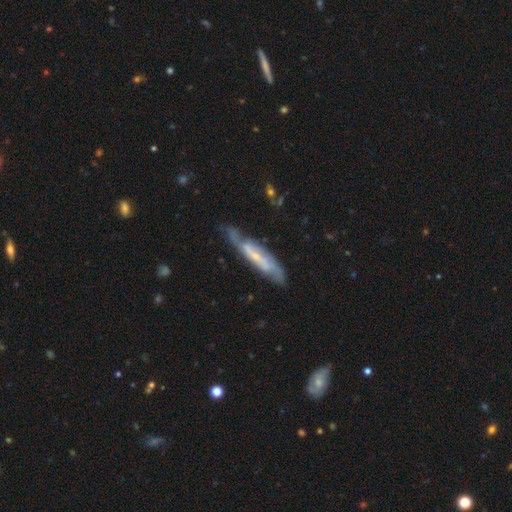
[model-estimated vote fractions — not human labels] A featured or disk galaxy (71%).

Vote fractions:
- Smooth or featured? featured or disk: 71% / smooth: 23% / star or artifact: 7%
- Edge-on disk? no: 55% / yes: 45%
- Merging? none: 65% / minor disturbance: 24% / major disturbance: 8% / merger: 3%